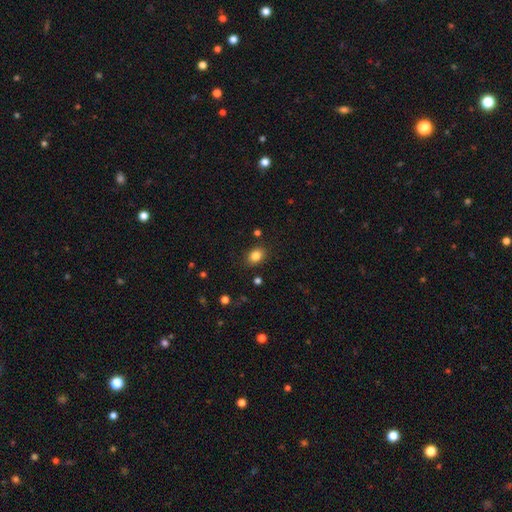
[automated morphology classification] Overall: smooth (84%). How rounded: in between (64%; round 35%). Merging: none (86%).